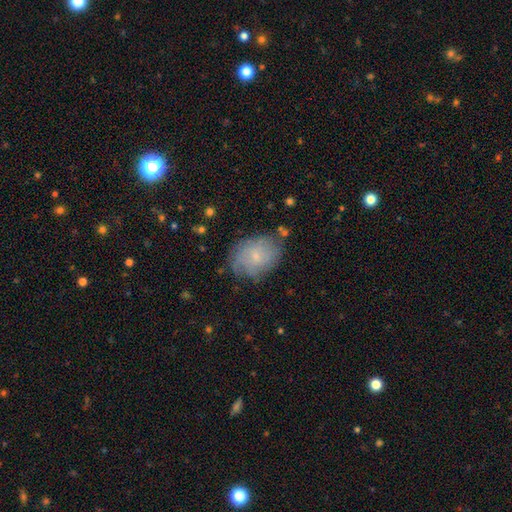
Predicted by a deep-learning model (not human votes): The model was most divided on "smooth or featured": smooth: 57%, featured or disk: 34%, star or artifact: 9%. More confident: how rounded — in between (68%); merging — none (67%).